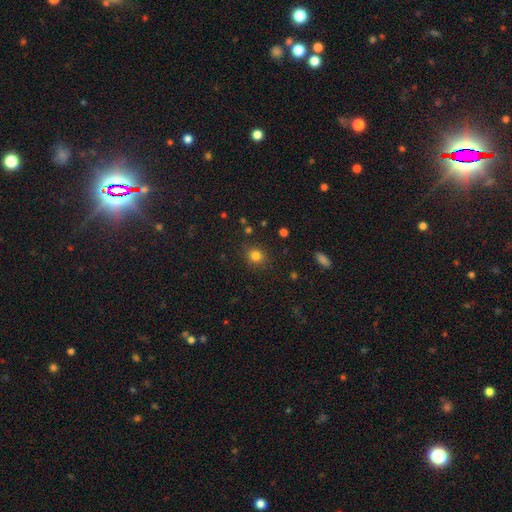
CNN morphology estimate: A smooth galaxy with no disk features (81%) that is round (79%). Merging: none (85%).